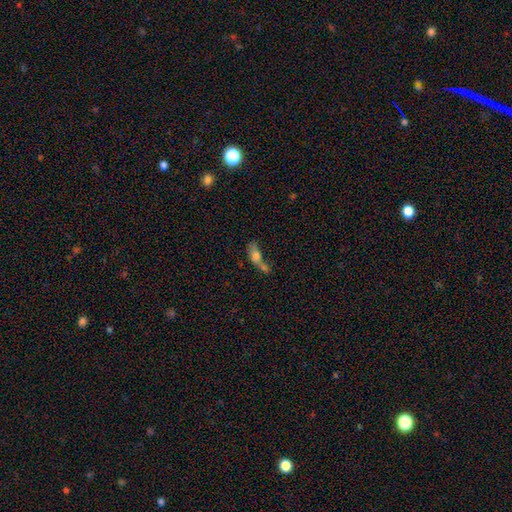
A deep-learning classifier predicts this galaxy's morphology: Smooth or featured? Predicted: smooth (p=0.66). How rounded? Predicted: in between (p=0.72). Merging? Predicted: merger (p=0.62).